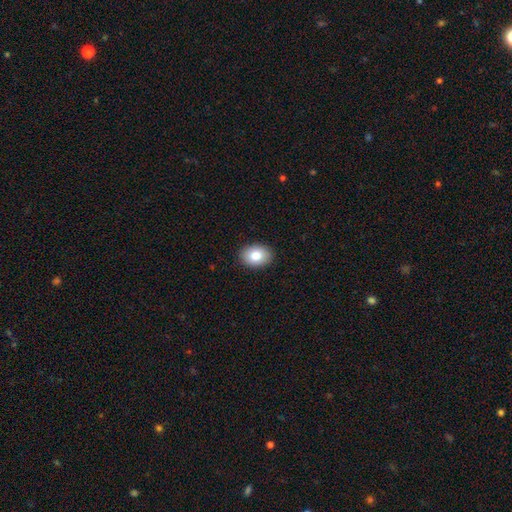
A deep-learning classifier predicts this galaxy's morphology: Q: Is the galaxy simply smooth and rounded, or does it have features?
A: smooth — 83%.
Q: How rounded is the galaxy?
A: in between — 75%.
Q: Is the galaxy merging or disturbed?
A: none — 90%.